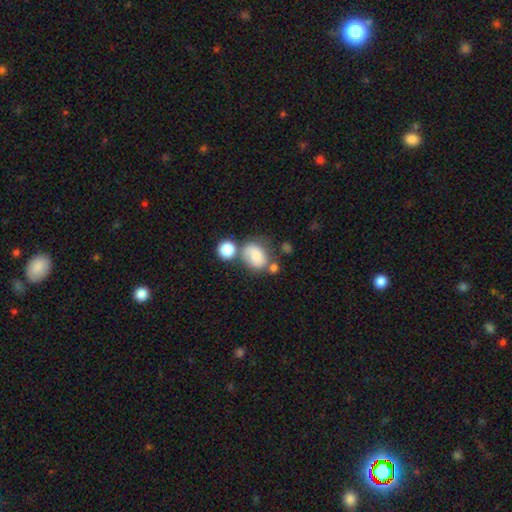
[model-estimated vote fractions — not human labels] Smooth or featured?
  - smooth: 72% *
  - featured or disk: 19%
  - star or artifact: 10%
How rounded?
  - in between: 61% *
  - round: 38%
  - cigar-shaped: 1%
Merging?
  - none: 39% *
  - merger: 28%
  - minor disturbance: 21%
  - major disturbance: 12%